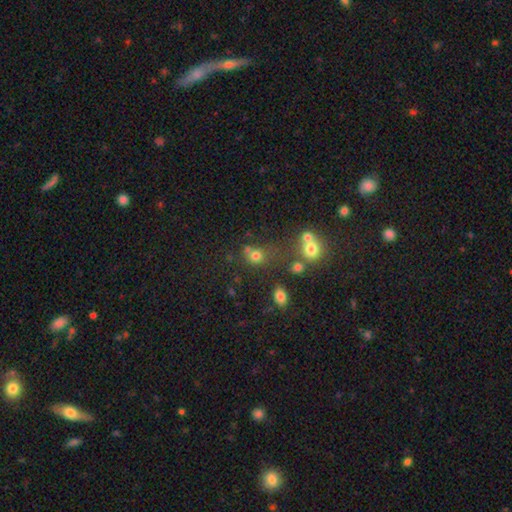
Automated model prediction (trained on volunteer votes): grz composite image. It shows a smooth galaxy with no disk features (71%) that is round (75%). Merging: none (53%).